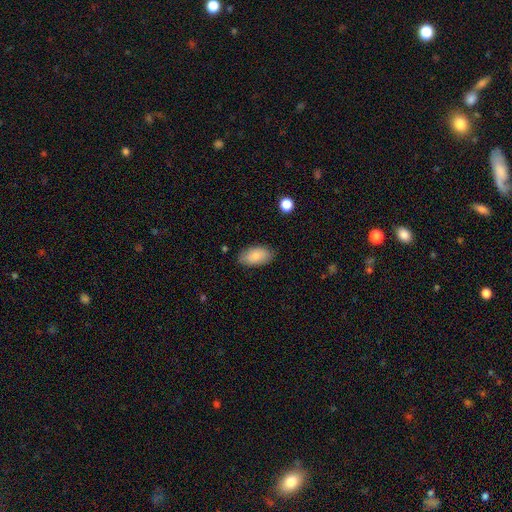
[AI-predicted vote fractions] Overall: smooth (82%). How rounded: in between (94%). Merging: none (82%).